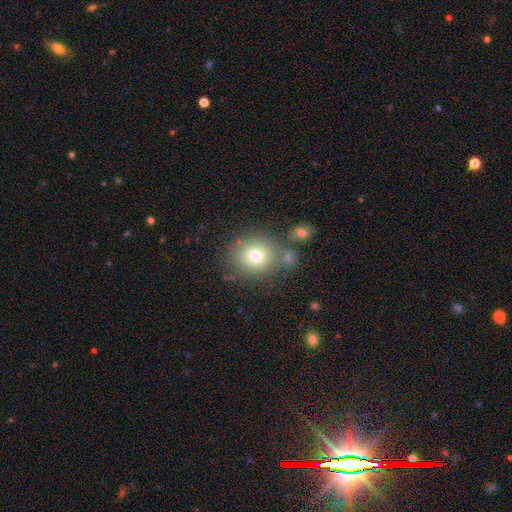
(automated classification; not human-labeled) Overall: smooth (74%). How rounded: round (81%). Merging: none (72%).